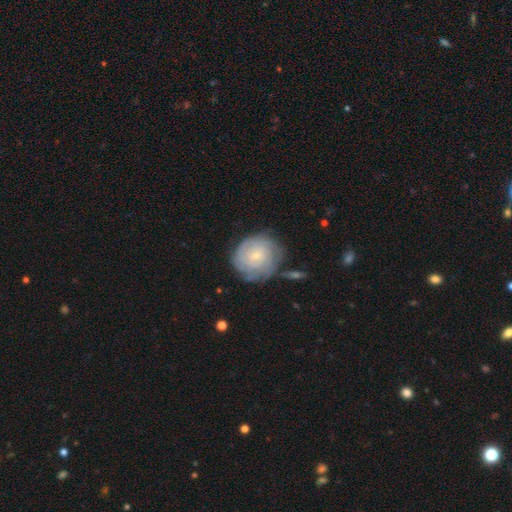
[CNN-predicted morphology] Smooth or featured? Predicted: featured or disk (p=0.66). Edge-on disk? Predicted: no (p=0.97). Bar? Predicted: no (p=0.78). Spiral arms? Predicted: yes (p=0.88). Spiral winding? Predicted: tight (p=0.80). Spiral arm count? Predicted: can't tell (p=0.50). Bulge size? Predicted: small (p=0.78). Merging? Predicted: none (p=0.70).